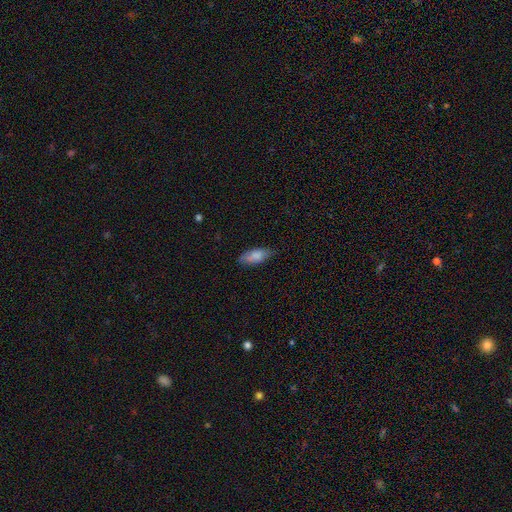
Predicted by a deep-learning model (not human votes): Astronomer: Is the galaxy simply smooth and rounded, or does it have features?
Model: smooth — 80%.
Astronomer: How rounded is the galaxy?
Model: in between — 83%.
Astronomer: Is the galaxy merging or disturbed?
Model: none — 73%.